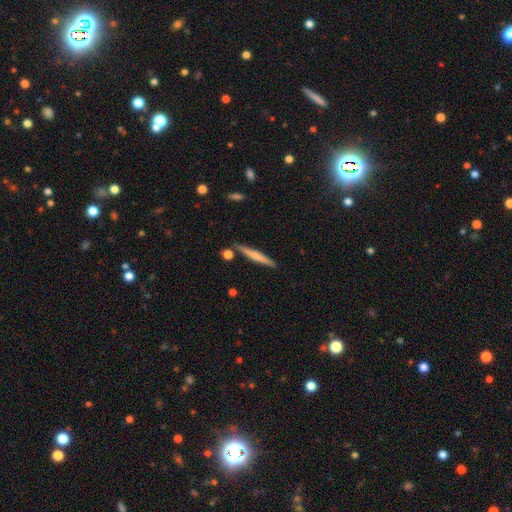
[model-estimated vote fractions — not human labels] Morphology: type=smooth (50%); merging=none (86%).